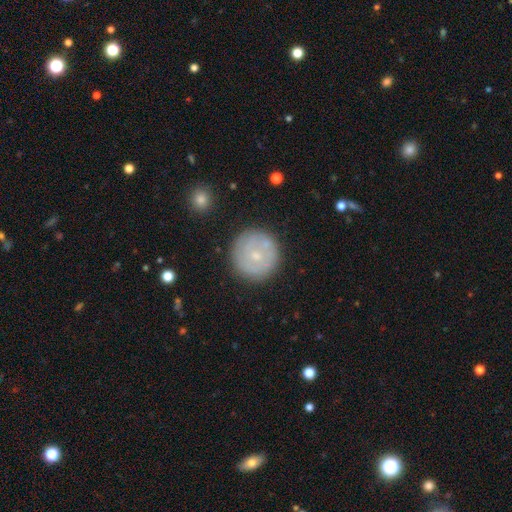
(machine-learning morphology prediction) Smooth or featured? featured or disk (48%)
Merging? none (82%)